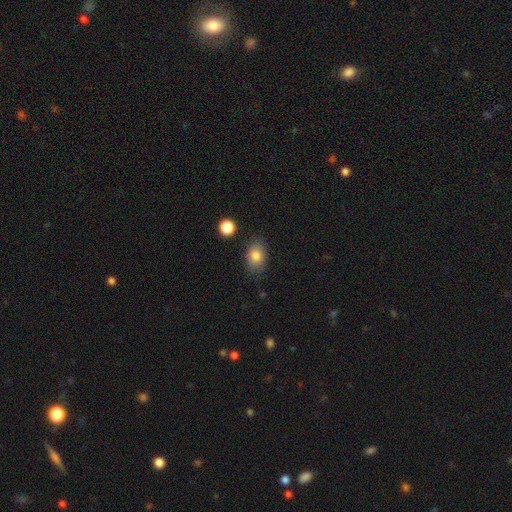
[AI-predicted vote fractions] A smooth galaxy with no disk features (83%) that is in between round and cigar-shaped (75%).

Vote fractions:
- Smooth or featured? smooth: 83% / star or artifact: 9% / featured or disk: 8%
- How rounded? in between: 75% / round: 24% / cigar-shaped: 1%
- Merging? none: 79% / minor disturbance: 15% / major disturbance: 4% / merger: 3%